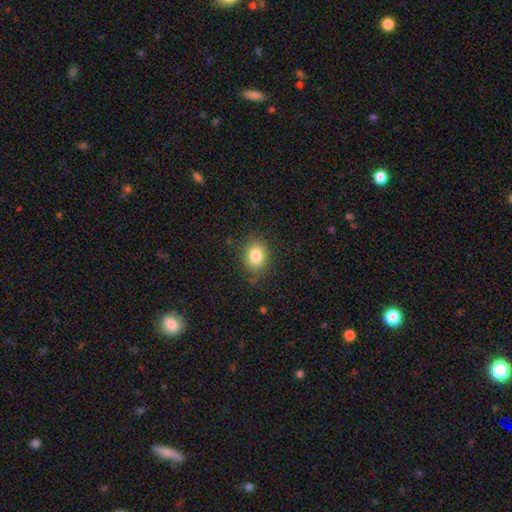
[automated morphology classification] Smooth or featured?
  - smooth: 83% *
  - star or artifact: 10%
  - featured or disk: 7%
How rounded?
  - round: 53% *
  - in between: 46%
  - cigar-shaped: 1%
Merging?
  - none: 82% *
  - minor disturbance: 13%
  - major disturbance: 4%
  - merger: 1%